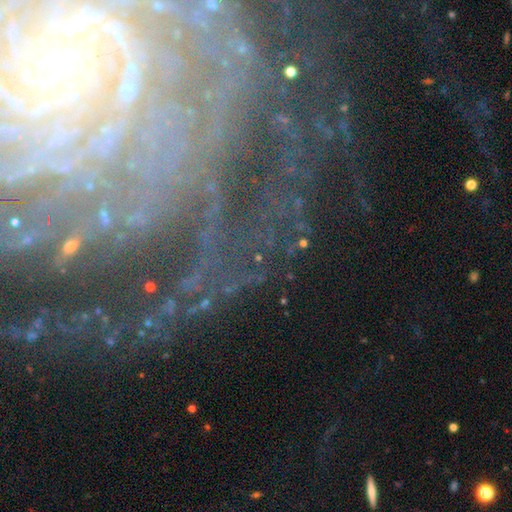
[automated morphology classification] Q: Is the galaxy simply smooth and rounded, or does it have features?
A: featured or disk — 77%.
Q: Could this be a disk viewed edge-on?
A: no — 94%.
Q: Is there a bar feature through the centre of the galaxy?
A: no — 49%.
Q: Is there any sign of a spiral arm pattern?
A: yes — 95%.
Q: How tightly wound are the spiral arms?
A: tight — 78%.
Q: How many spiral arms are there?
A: can't tell — 25%.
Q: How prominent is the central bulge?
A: small — 72%.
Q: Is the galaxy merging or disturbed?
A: none — 73%.